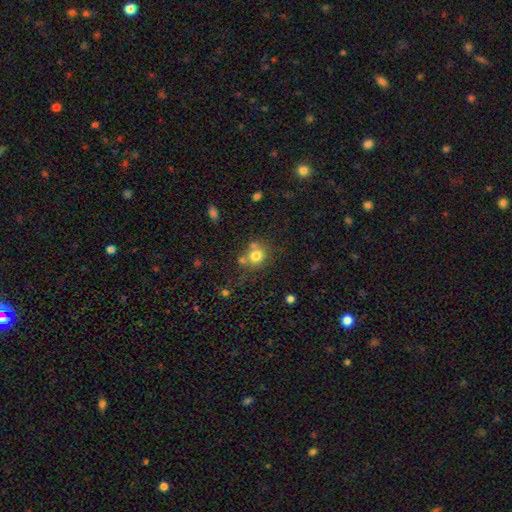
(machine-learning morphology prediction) Smooth or featured: smooth — 77% (star or artifact — 12%)
How rounded: round — 79% (in between — 20%)
Merging: none — 60% (merger — 20%)